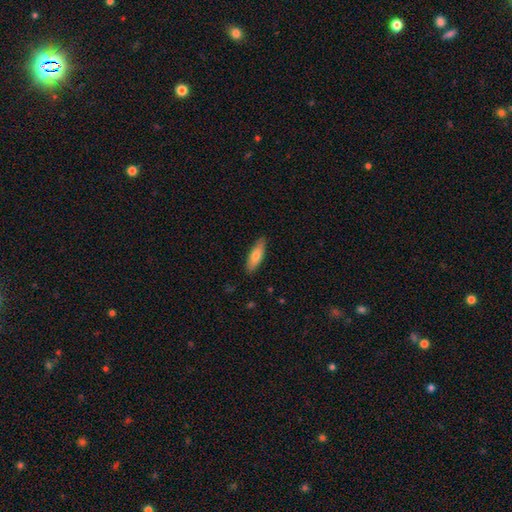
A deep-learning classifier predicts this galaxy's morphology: Smooth or featured: smooth — 72% (featured or disk — 23%)
How rounded: in between — 54% (cigar-shaped — 44%)
Merging: none — 86% (minor disturbance — 11%)